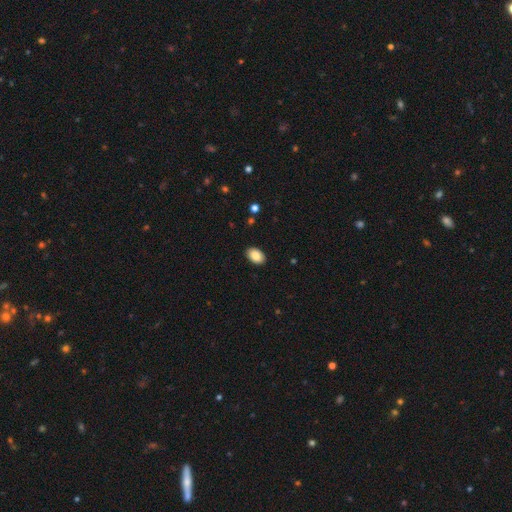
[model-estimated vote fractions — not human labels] Overall: smooth (87%). How rounded: in between (89%). Merging: none (89%).